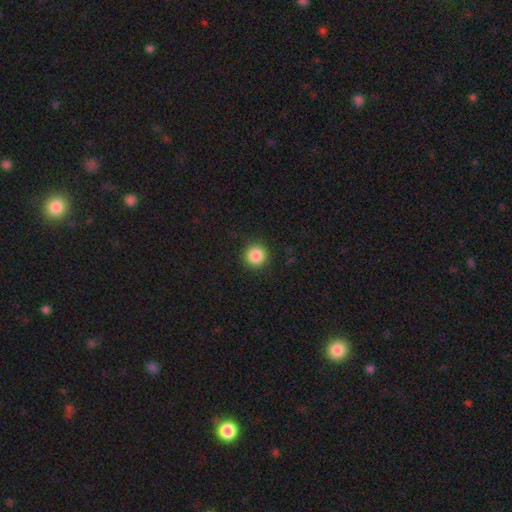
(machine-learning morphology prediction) Smooth or featured? Predicted: smooth (p=0.87). How rounded? Predicted: round (p=0.95). Merging? Predicted: none (p=0.92).